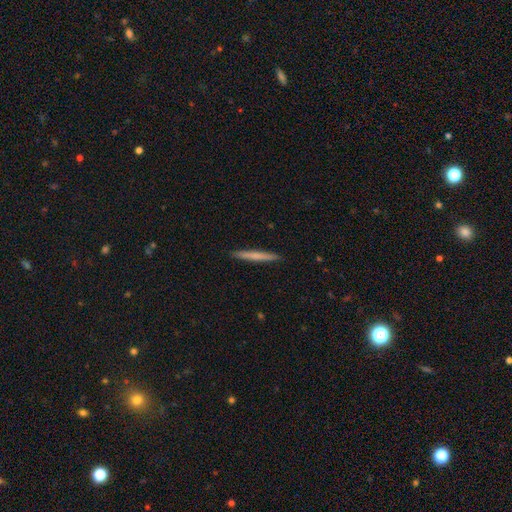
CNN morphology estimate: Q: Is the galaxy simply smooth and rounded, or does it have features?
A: smooth — 63%.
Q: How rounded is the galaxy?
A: cigar-shaped — 97%.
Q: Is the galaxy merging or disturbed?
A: none — 93%.